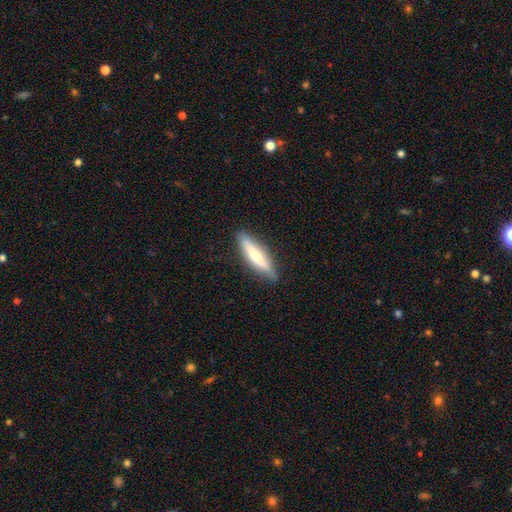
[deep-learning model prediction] A smooth galaxy with no disk features (50%). Merging: none (85%).